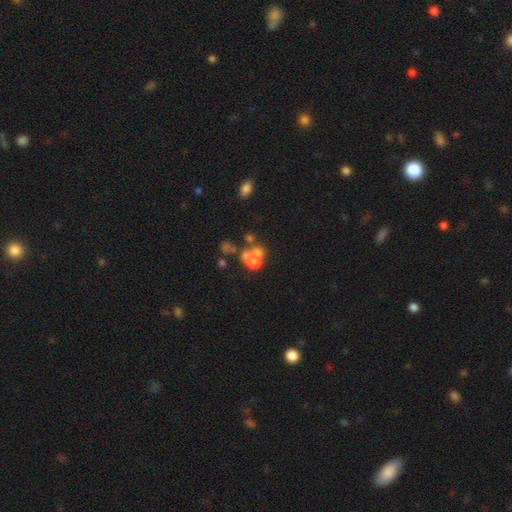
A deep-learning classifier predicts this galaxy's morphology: smooth 56%, featured or disk 28%, star or artifact 16%. Down the decision tree: how rounded — round (70%); merging — merger (51%).